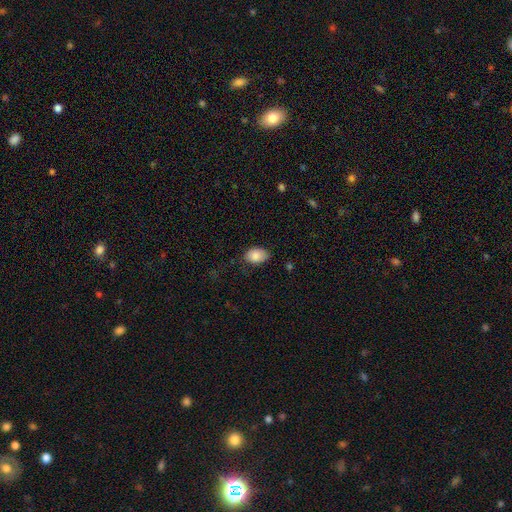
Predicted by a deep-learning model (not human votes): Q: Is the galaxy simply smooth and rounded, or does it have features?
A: smooth — 86%.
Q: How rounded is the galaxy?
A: in between — 87%.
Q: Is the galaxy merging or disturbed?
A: none — 70%.